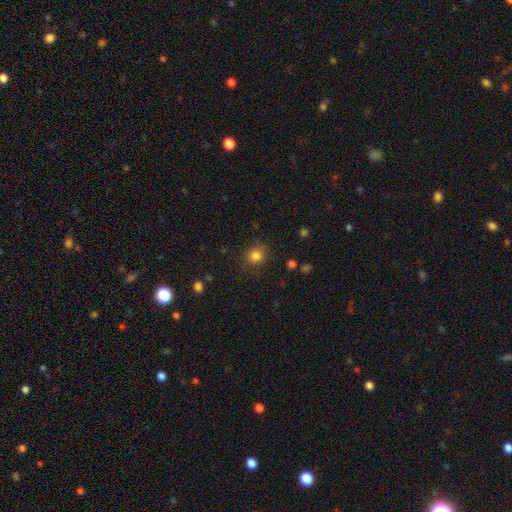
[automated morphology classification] type=smooth (83%); roundness=round (86%); merging=none (85%).